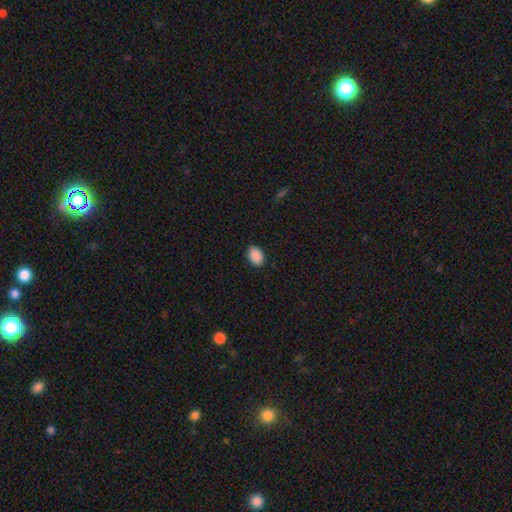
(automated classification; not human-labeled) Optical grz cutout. It shows a smooth galaxy with no disk features (90%) that is in between round and cigar-shaped (81%). Merging: none (89%).